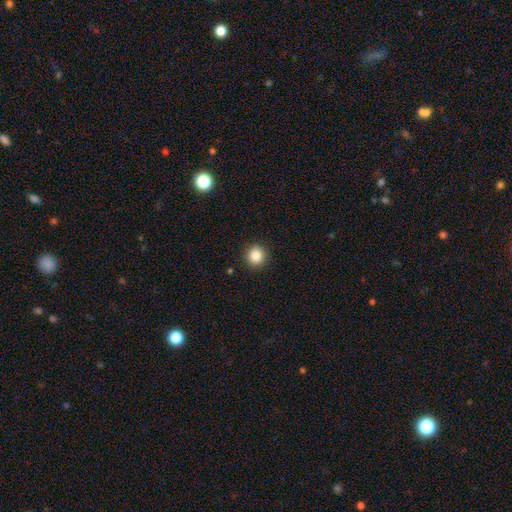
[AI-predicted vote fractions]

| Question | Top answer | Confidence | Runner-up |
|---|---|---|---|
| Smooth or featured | smooth | 86% | star or artifact (10%) |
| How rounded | round | 93% | in between (6%) |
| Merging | none | 91% | minor disturbance (6%) |